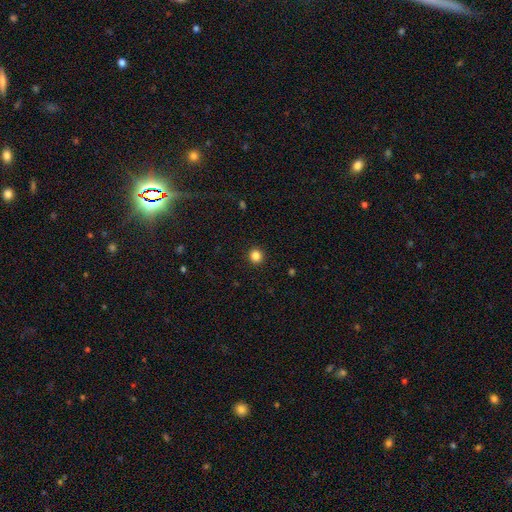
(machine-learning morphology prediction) A smooth galaxy with no disk features (85%) that is round (90%). Merging: none (93%).